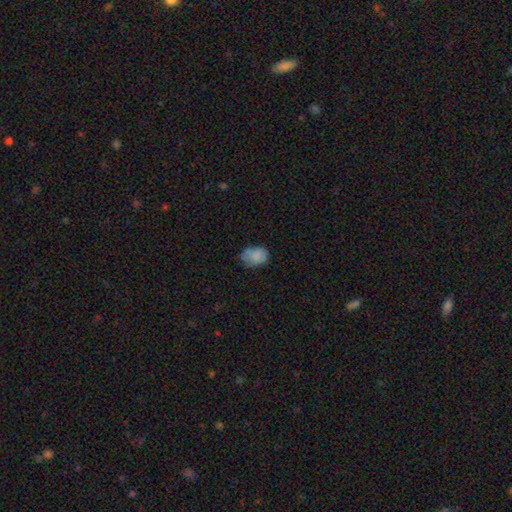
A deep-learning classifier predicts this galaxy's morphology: smooth-or-featured: smooth: 76% | featured or disk: 15% | star or artifact: 9%
  how-rounded: in between: 73% | round: 26% | cigar-shaped: 1%
  merging: none: 56% | minor disturbance: 32% | major disturbance: 10% | merger: 2%